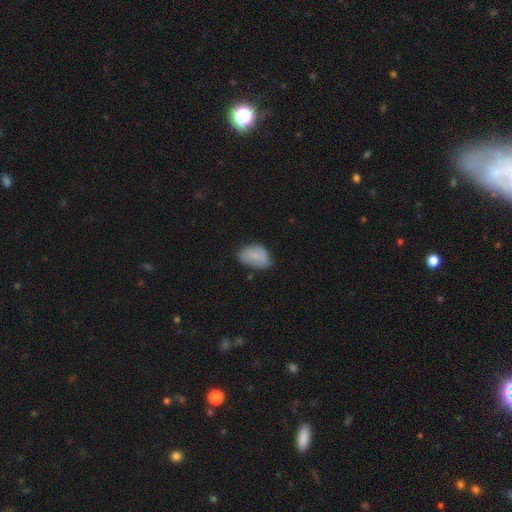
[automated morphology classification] A smooth galaxy with no disk features (74%) that is in between round and cigar-shaped (84%).

Vote fractions:
- Smooth or featured? smooth: 74% / featured or disk: 19% / star or artifact: 7%
- How rounded? in between: 84% / round: 15% / cigar-shaped: 1%
- Merging? none: 51% / minor disturbance: 38% / major disturbance: 9% / merger: 3%